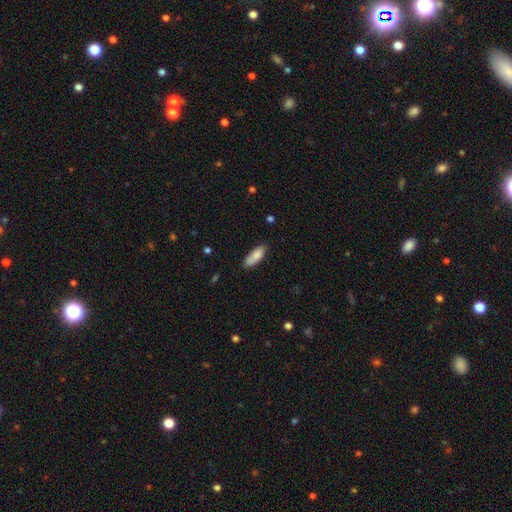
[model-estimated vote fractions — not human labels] Smooth or featured: smooth — 82% (featured or disk — 12%)
How rounded: in between — 69% (cigar-shaped — 29%)
Merging: none — 74% (minor disturbance — 20%)